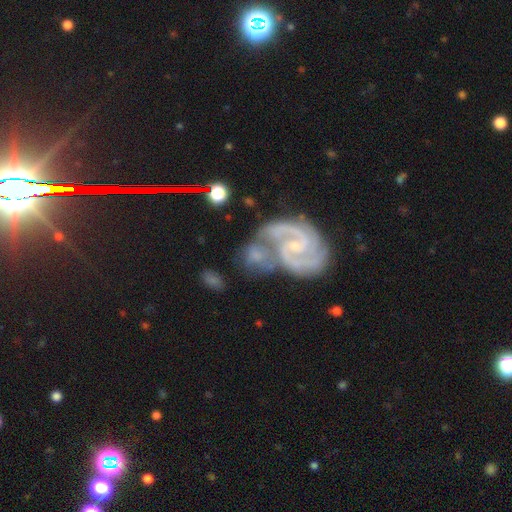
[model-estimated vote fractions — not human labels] smooth-or-featured: featured or disk: 78% | smooth: 17% | star or artifact: 6%
  disk-edge-on: no: 98% | yes: 2%
    bar: no: 47% | weak: 41% | strong: 12%
    has-spiral-arms: yes: 94% | no: 6%
      spiral-winding: medium: 57% | tight: 28% | loose: 15%
      spiral-arm-count: 2: 81% | 3: 7% | can't tell: 6% | 1: 2% | 4: 2% | more than 4: 2%
    bulge-size: small: 65% | moderate: 24% | none: 7% | large: 3% | dominant: 1%
  merging: merger: 51% | none: 27% | minor disturbance: 14% | major disturbance: 9%